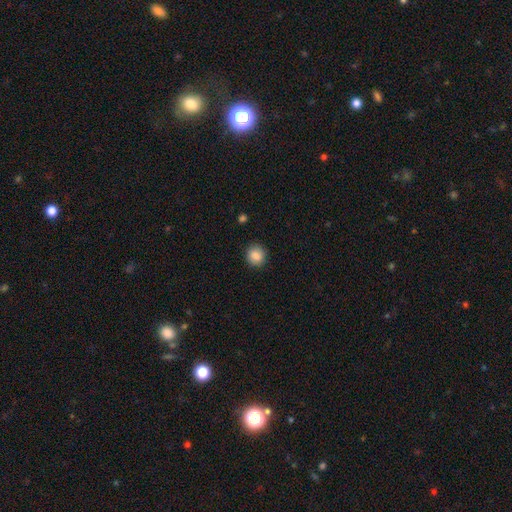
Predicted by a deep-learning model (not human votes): A smooth galaxy with no disk features (87%) that is round (89%).

Vote fractions:
- Smooth or featured? smooth: 87% / star or artifact: 9% / featured or disk: 4%
- How rounded? round: 89% / in between: 10% / cigar-shaped: 1%
- Merging? none: 89% / minor disturbance: 8% / major disturbance: 2% / merger: 1%